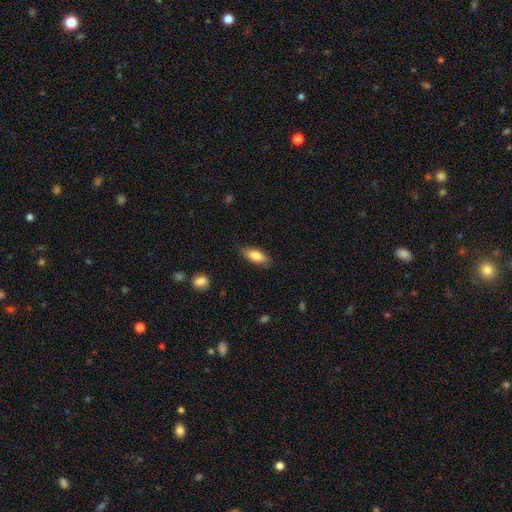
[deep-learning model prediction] smooth 80%, featured or disk 13%, star or artifact 6%. Down the decision tree: how rounded — in between (79%); merging — none (84%).